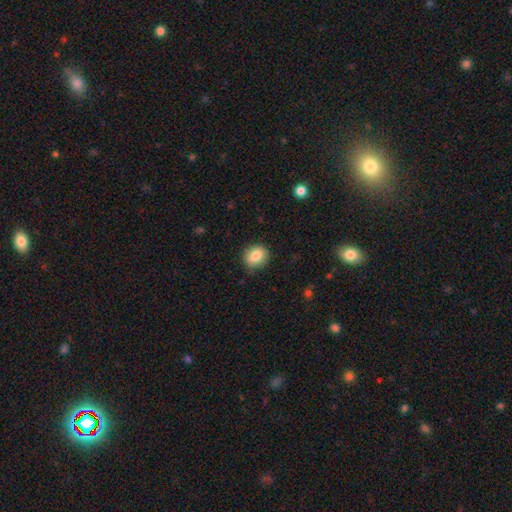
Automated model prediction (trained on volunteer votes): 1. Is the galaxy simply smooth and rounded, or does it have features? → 83% smooth, 9% star or artifact, 8% featured or disk.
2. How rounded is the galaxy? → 68% round, 31% in between, 1% cigar-shaped.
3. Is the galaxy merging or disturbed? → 87% none, 10% minor disturbance, 2% major disturbance, 1% merger.